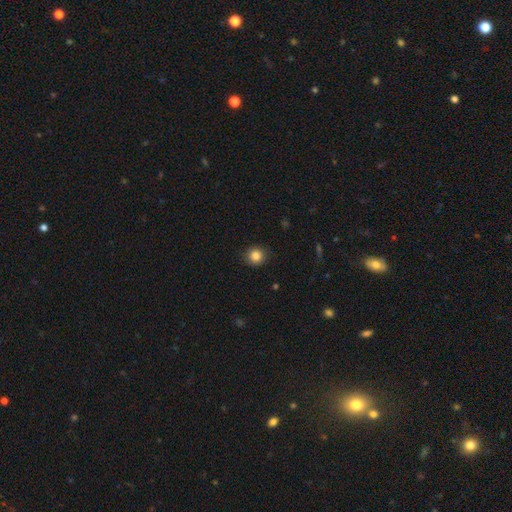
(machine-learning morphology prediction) smooth 85%, star or artifact 10%, featured or disk 4%. Down the decision tree: how rounded — round (90%); merging — none (89%).